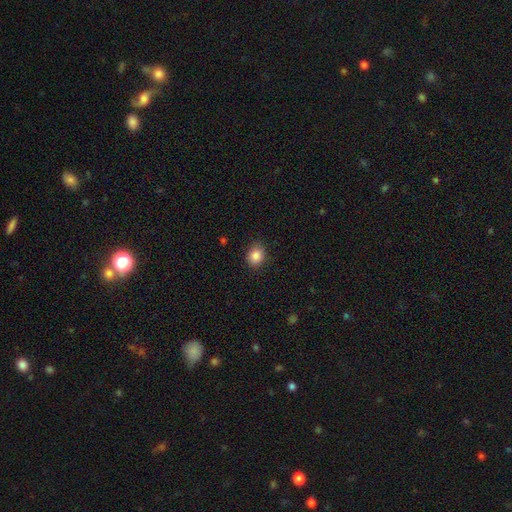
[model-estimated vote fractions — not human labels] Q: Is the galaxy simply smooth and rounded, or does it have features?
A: smooth — 86%.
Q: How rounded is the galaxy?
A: round — 57%.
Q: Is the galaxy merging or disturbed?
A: none — 85%.